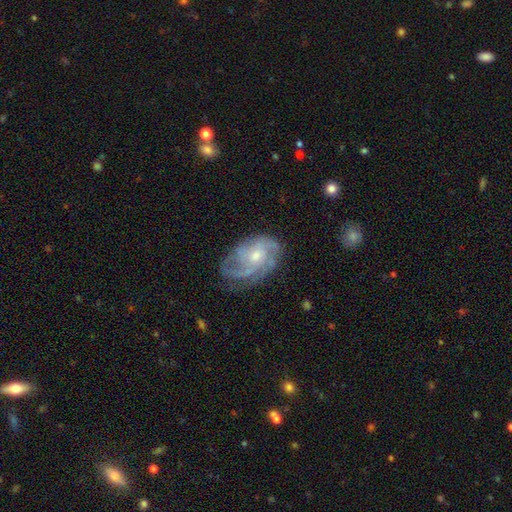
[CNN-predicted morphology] Smooth or featured? Predicted: featured or disk (p=0.82). Edge-on disk? Predicted: no (p=0.97). Bar? Predicted: no (p=0.72). Spiral arms? Predicted: yes (p=0.94). Spiral winding? Predicted: tight (p=0.45). Spiral arm count? Predicted: 3 (p=0.30). Bulge size? Predicted: small (p=0.49). Merging? Predicted: none (p=0.65).